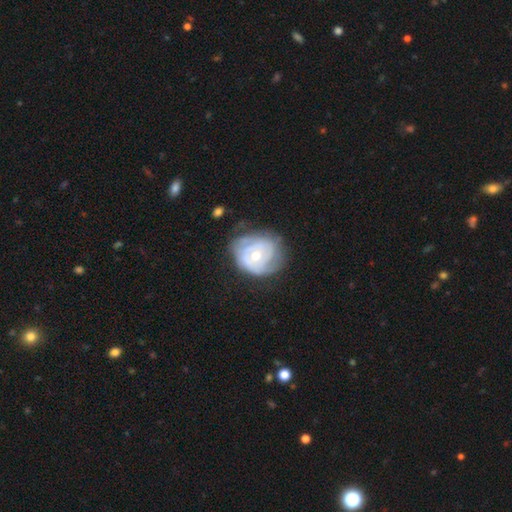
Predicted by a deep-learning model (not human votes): smooth_or_featured: featured or disk (p=0.74) [alt: smooth p=0.21]
disk_edge_on: no (p=0.97) [alt: yes p=0.03]
bar: no (p=0.78) [alt: weak p=0.18]
has_spiral_arms: yes (p=0.75) [alt: no p=0.25]
spiral_winding: tight (p=0.69) [alt: medium p=0.22]
spiral_arm_count: can't tell (p=0.44) [alt: 2 p=0.27]
bulge_size: moderate (p=0.67) [alt: small p=0.28]
merging: none (p=0.56) [alt: minor disturbance p=0.28]